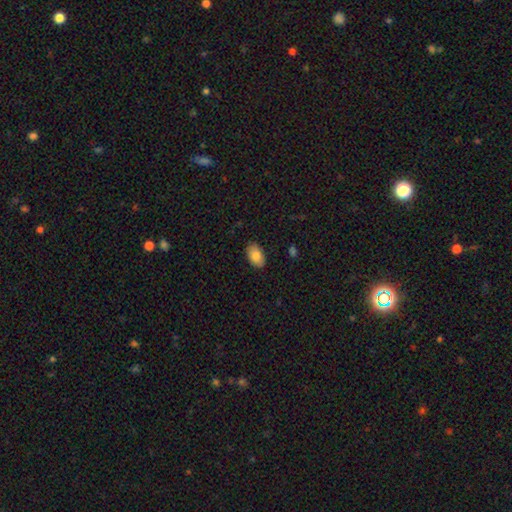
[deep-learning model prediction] A smooth galaxy with no disk features (84%) that is in between round and cigar-shaped (92%).

Vote fractions:
- Smooth or featured? smooth: 84% / featured or disk: 9% / star or artifact: 7%
- How rounded? in between: 92% / round: 6% / cigar-shaped: 1%
- Merging? none: 87% / minor disturbance: 10% / major disturbance: 2% / merger: 1%